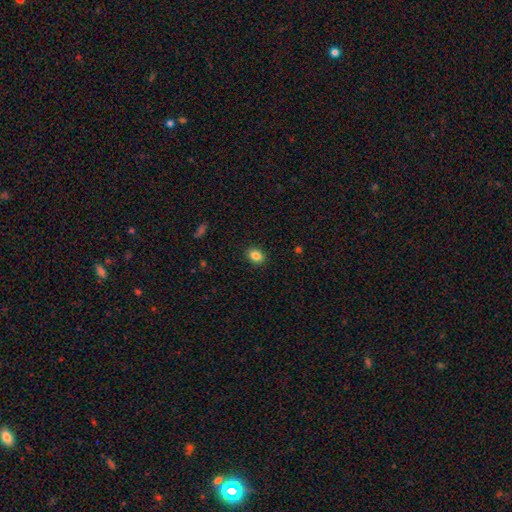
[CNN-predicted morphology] smooth_or_featured: smooth (p=0.86) [alt: star or artifact p=0.09]
how_rounded: in between (p=0.64) [alt: round p=0.35]
merging: none (p=0.90) [alt: minor disturbance p=0.07]